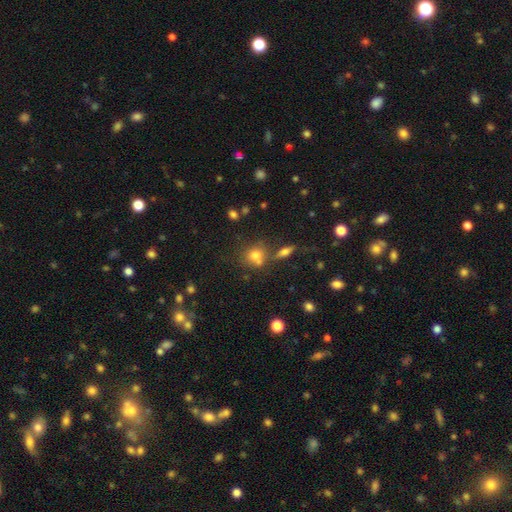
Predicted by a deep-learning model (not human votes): A smooth galaxy with no disk features (74%) that is round (74%). Merging: none (56%).